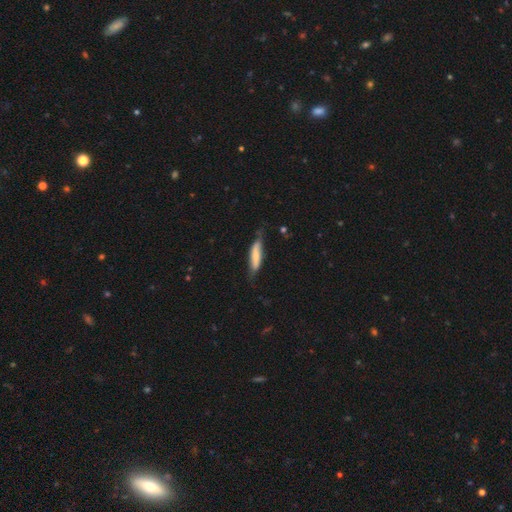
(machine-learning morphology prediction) smooth_or_featured: smooth (p=0.63) [alt: featured or disk p=0.31]
how_rounded: cigar-shaped (p=0.72) [alt: in between p=0.26]
merging: none (p=0.53) [alt: minor disturbance p=0.34]